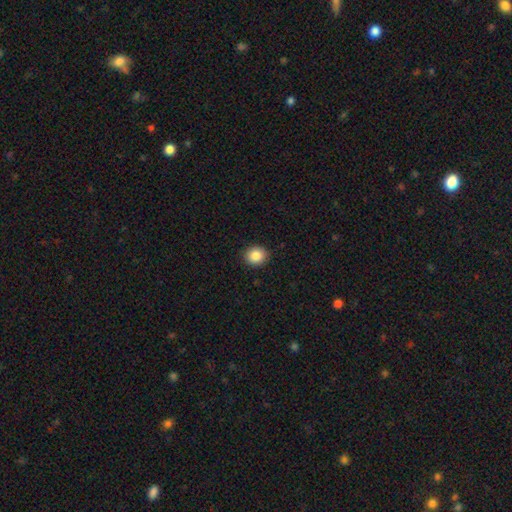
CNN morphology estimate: Smooth or featured? smooth (86%)
How rounded? round (78%)
Merging? none (90%)